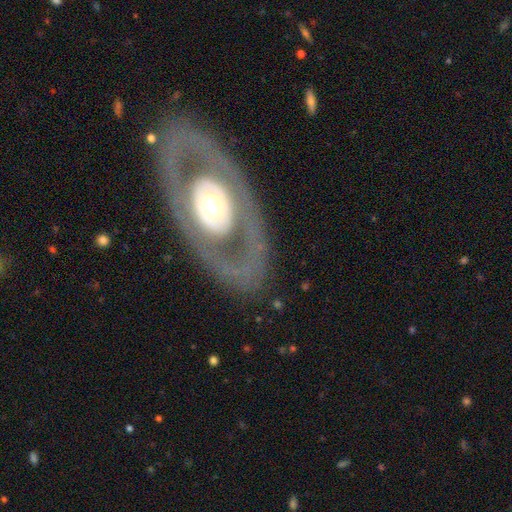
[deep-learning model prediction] featured or disk 75%, smooth 20%, star or artifact 5%. Down the decision tree: edge-on disk — no (90%); bar — no (85%); spiral arms — no (73%); bulge size — moderate (52%); merging — none (83%).